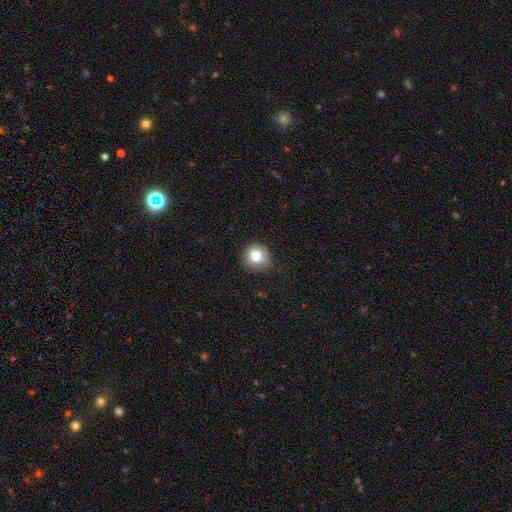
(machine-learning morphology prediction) smooth 82%, star or artifact 10%, featured or disk 7%. Down the decision tree: how rounded — round (87%); merging — none (68%).